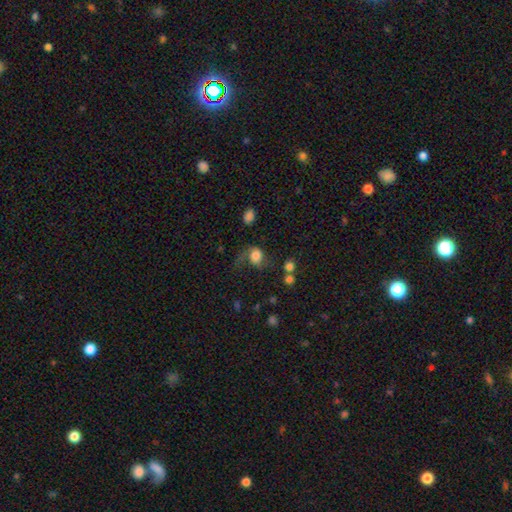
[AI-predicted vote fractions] The model was most divided on "merging": major disturbance: 39%, none: 32%, minor disturbance: 23%, merger: 5%. More confident: smooth or featured — smooth (68%); how rounded — round (57%).